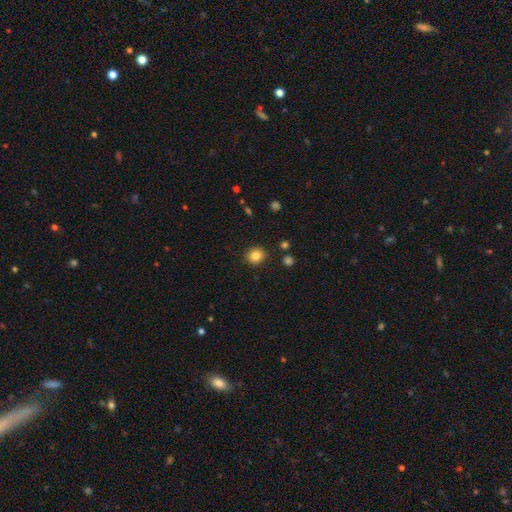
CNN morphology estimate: type=smooth (84%); roundness=round (84%); merging=none (89%).